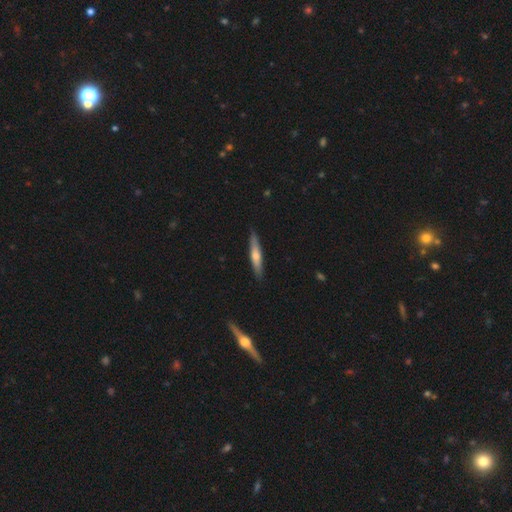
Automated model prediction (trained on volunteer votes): A smooth galaxy with no disk features (55%) that is cigar-shaped (89%). Merging: none (88%).